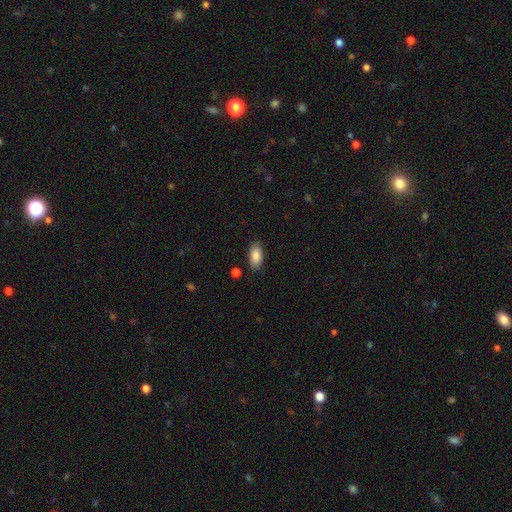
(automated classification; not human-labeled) smooth_or_featured: smooth (p=0.87) [alt: star or artifact p=0.07]
how_rounded: in between (p=0.92) [alt: cigar-shaped p=0.05]
merging: none (p=0.86) [alt: minor disturbance p=0.10]